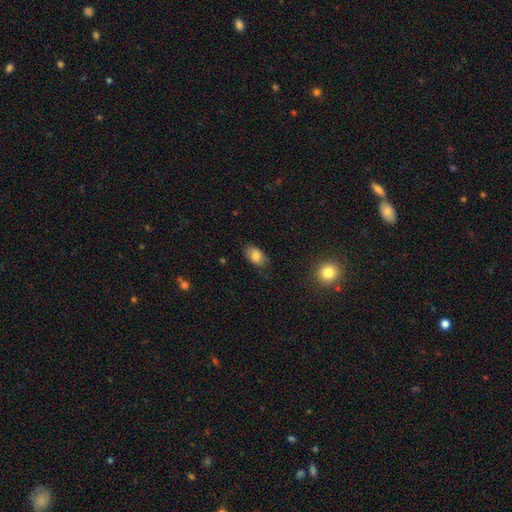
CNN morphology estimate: A smooth galaxy with no disk features (83%) that is in between round and cigar-shaped (92%).

Vote fractions:
- Smooth or featured? smooth: 83% / featured or disk: 9% / star or artifact: 8%
- How rounded? in between: 92% / round: 6% / cigar-shaped: 2%
- Merging? none: 83% / minor disturbance: 13% / major disturbance: 3% / merger: 1%